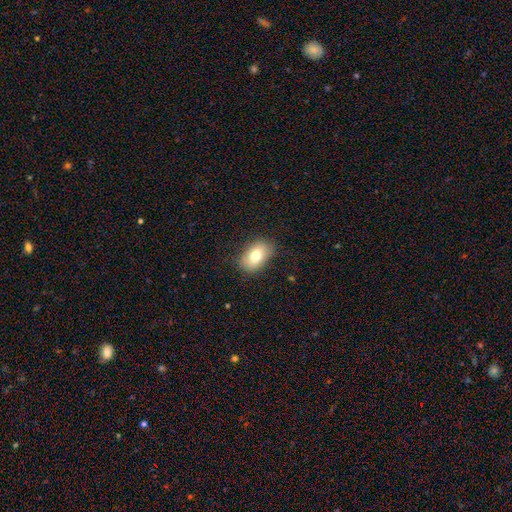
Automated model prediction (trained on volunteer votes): Q: Smooth or featured?
A: smooth (75%); runner-up: featured or disk (17%)
Q: How rounded?
A: in between (87%); runner-up: round (12%)
Q: Merging?
A: none (82%); runner-up: minor disturbance (14%)